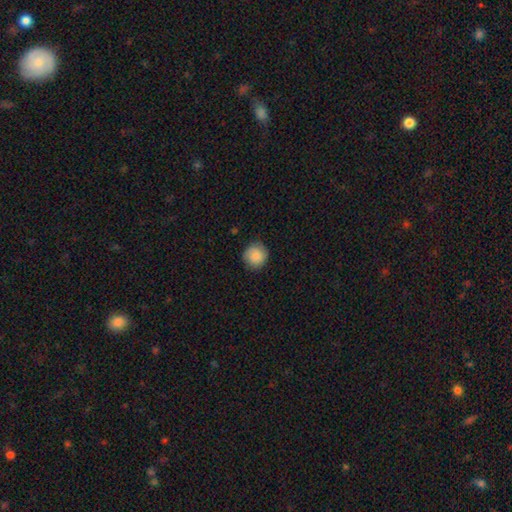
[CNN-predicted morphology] Overall: smooth (85%). How rounded: round (93%). Merging: none (85%).